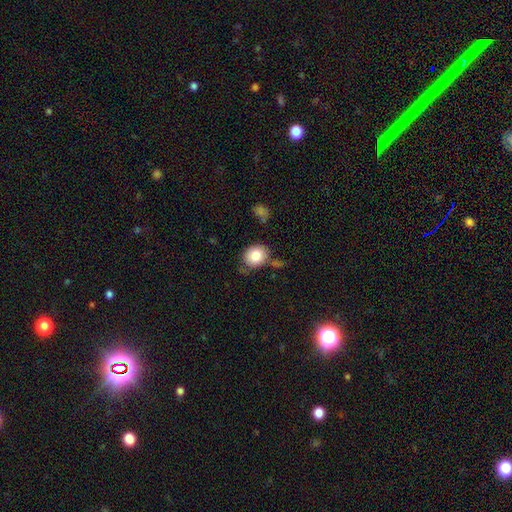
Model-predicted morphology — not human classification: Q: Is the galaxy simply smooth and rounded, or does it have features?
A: smooth — 82%.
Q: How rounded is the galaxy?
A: round — 56%.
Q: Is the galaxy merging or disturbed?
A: none — 65%.